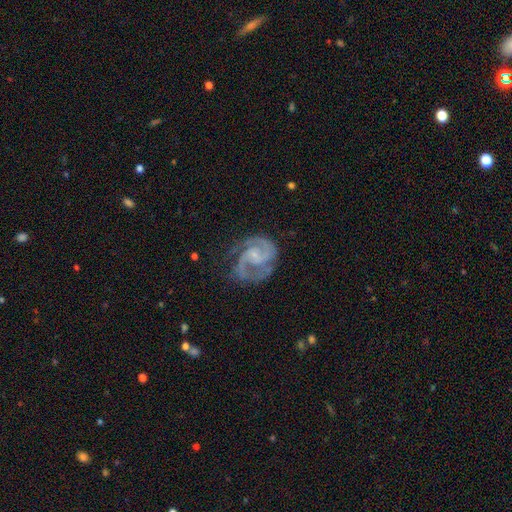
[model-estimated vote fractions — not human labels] Morphology: type=featured or disk (90%); edge-on=no (98%); bar=no (49%); spiral arms=yes (98%); winding=medium (56%); arm count=2 (89%); bulge=small (60%); merging=none (68%).